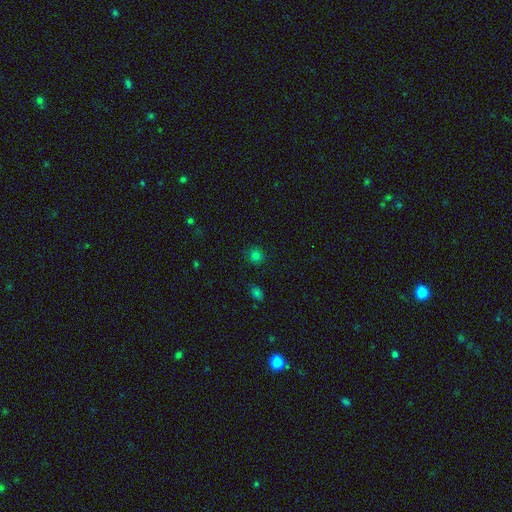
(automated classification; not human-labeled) smooth_or_featured: smooth (p=0.78) [alt: star or artifact p=0.18]
how_rounded: round (p=0.89) [alt: in between p=0.10]
merging: none (p=0.87) [alt: minor disturbance p=0.09]